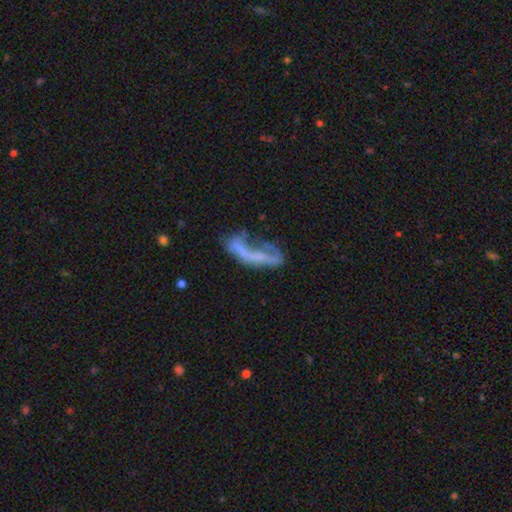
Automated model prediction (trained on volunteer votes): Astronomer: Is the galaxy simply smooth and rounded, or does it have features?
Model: featured or disk — 56% (runner-up: smooth, 32%).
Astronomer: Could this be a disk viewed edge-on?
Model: no — 82%.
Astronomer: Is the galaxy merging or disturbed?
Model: major disturbance — 42% (runner-up: none, 26%).